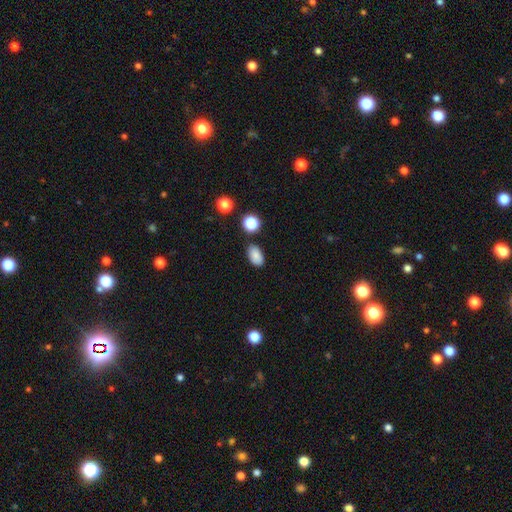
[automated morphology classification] Smooth or featured?
  - smooth: 84% *
  - star or artifact: 10%
  - featured or disk: 6%
How rounded?
  - in between: 90% *
  - round: 8%
  - cigar-shaped: 1%
Merging?
  - none: 83% *
  - minor disturbance: 11%
  - merger: 3%
  - major disturbance: 3%